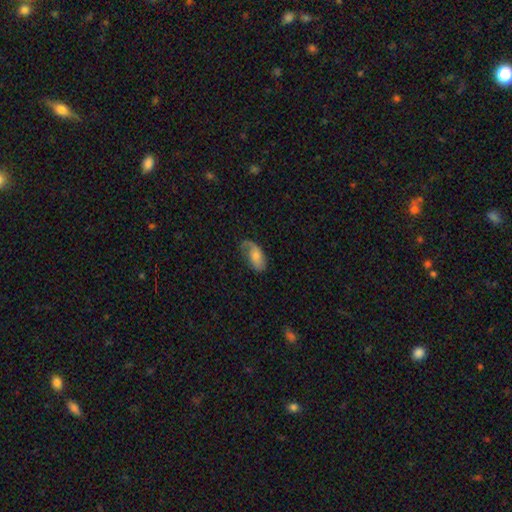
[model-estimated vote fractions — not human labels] smooth-or-featured: smooth: 52% | featured or disk: 41% | star or artifact: 7%
  how-rounded: in between: 91% | cigar-shaped: 5% | round: 4%
  merging: none: 45% | minor disturbance: 30% | major disturbance: 23% | merger: 2%